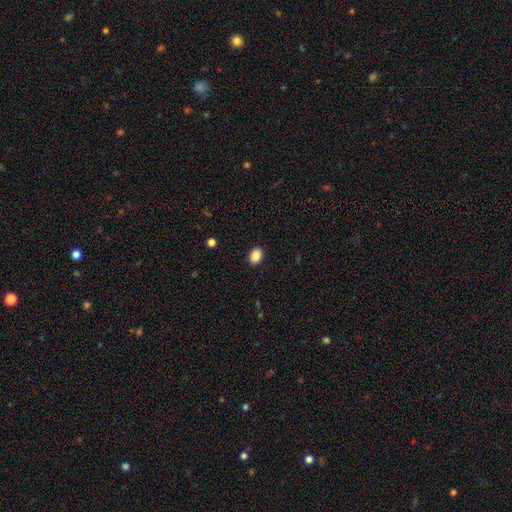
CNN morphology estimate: Smooth or featured? Predicted: smooth (p=0.88). How rounded? Predicted: in between (p=0.69). Merging? Predicted: none (p=0.90).